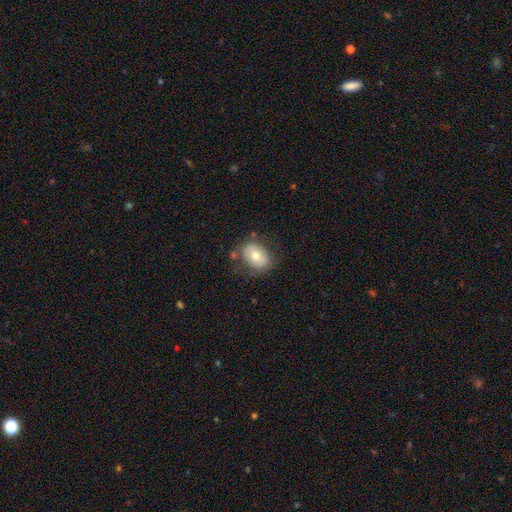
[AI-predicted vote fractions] The model was most divided on "how rounded": in between: 71%, round: 28%, cigar-shaped: 1%. More confident: merging — none (71%); smooth or featured — smooth (68%).